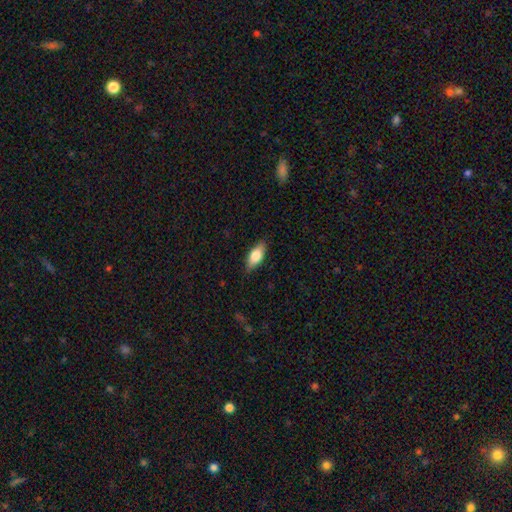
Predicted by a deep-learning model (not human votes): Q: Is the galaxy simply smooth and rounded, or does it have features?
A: smooth — 75%.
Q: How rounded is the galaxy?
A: in between — 84%.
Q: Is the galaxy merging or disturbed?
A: none — 85%.